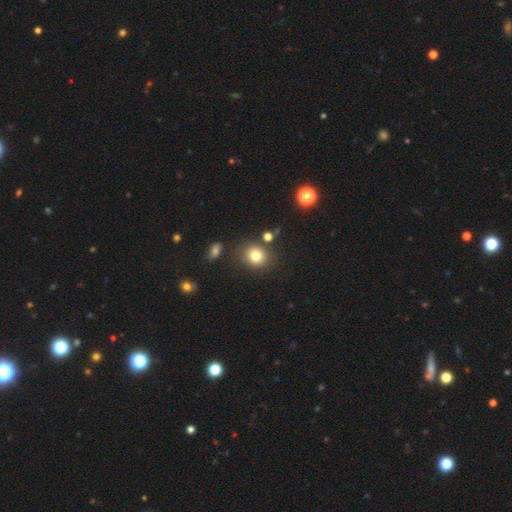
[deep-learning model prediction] Smooth or featured? Predicted: smooth (p=0.79). How rounded? Predicted: round (p=0.76). Merging? Predicted: none (p=0.80).